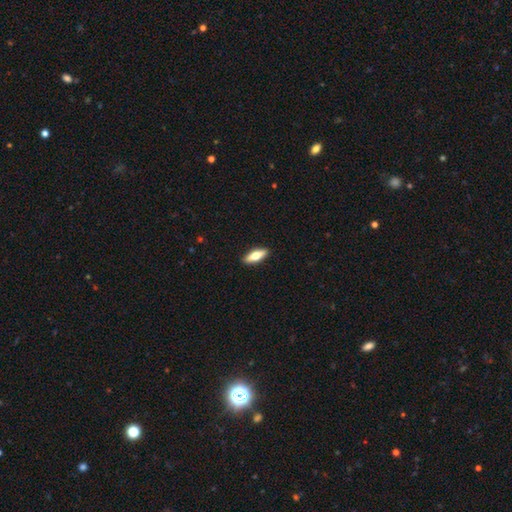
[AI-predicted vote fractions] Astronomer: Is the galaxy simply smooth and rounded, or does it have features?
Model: smooth — 58% (runner-up: featured or disk, 36%).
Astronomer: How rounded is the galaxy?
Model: in between — 56% (runner-up: cigar-shaped, 41%).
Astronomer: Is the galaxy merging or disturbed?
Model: none — 91%.